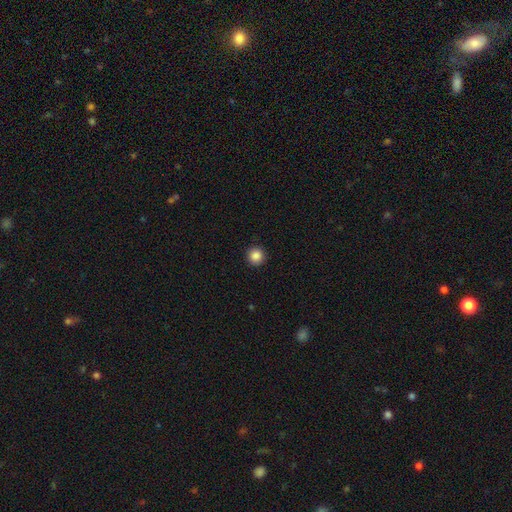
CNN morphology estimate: smooth 86%, star or artifact 10%, featured or disk 4%. Down the decision tree: how rounded — round (95%); merging — none (93%).